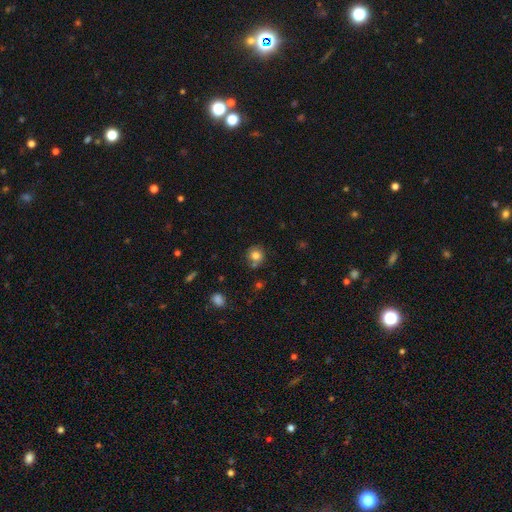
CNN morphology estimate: smooth-or-featured: smooth: 80% | star or artifact: 11% | featured or disk: 8%
  how-rounded: round: 89% | in between: 10% | cigar-shaped: 1%
  merging: none: 74% | minor disturbance: 13% | merger: 9% | major disturbance: 3%